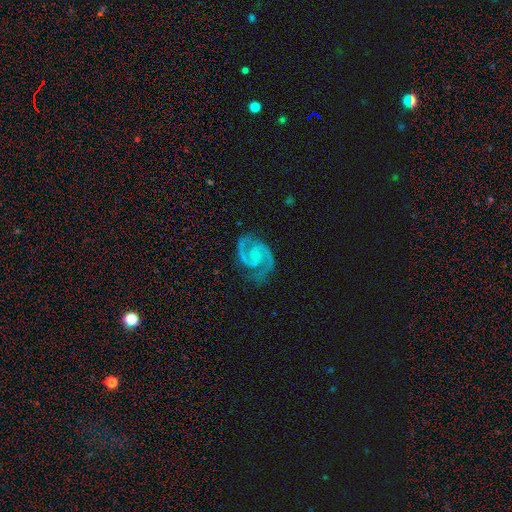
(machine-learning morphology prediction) smooth-or-featured: featured or disk: 92% | star or artifact: 4% | smooth: 4%
  disk-edge-on: no: 98% | yes: 2%
    bar: no: 52% | weak: 37% | strong: 10%
    has-spiral-arms: yes: 98% | no: 2%
      spiral-winding: medium: 59% | tight: 31% | loose: 10%
      spiral-arm-count: 2: 94% | can't tell: 2% | 3: 1% | 1: 1% | 4: 1% | more than 4: 1%
    bulge-size: none: 47% | small: 40% | moderate: 11% | large: 2% | dominant: 1%
  merging: none: 78% | minor disturbance: 15% | major disturbance: 6% | merger: 1%